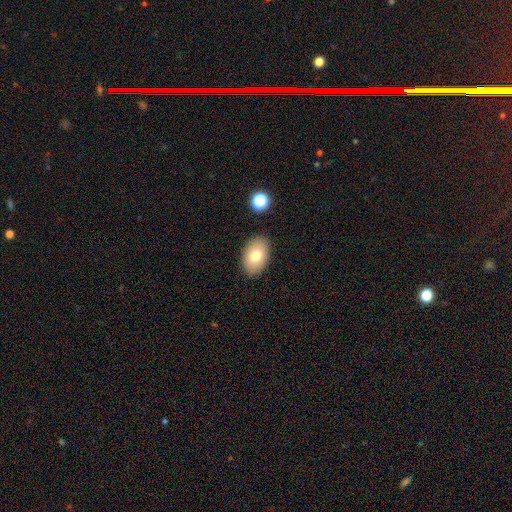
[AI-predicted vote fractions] Smooth or featured? smooth (76%)
How rounded? in between (88%)
Merging? none (87%)